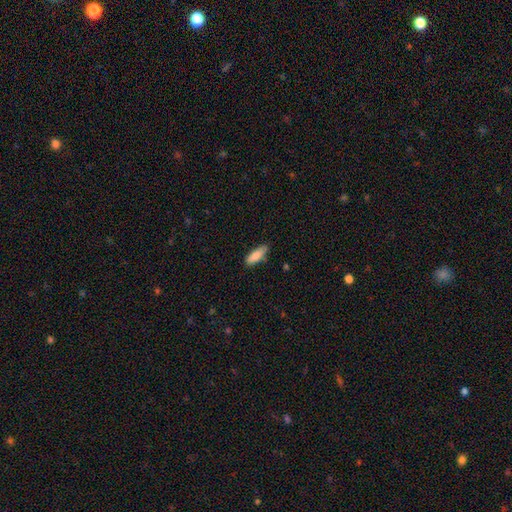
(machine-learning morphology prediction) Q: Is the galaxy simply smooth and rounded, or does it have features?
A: smooth — 85%.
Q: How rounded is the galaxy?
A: in between — 55%.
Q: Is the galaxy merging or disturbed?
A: none — 78%.